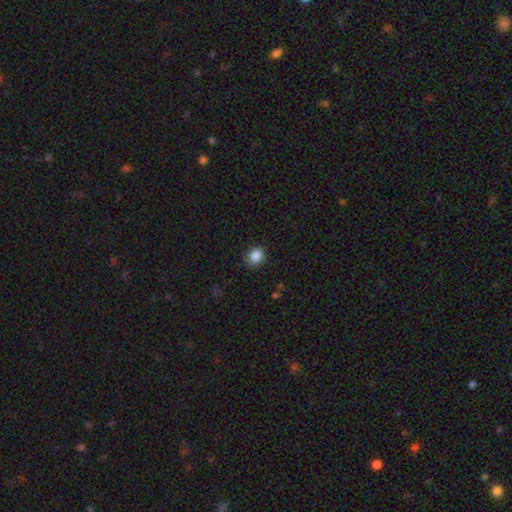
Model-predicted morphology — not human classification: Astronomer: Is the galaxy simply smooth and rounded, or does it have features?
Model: smooth — 87%.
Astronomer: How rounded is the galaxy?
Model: round — 62%.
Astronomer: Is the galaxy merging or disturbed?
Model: none — 86%.